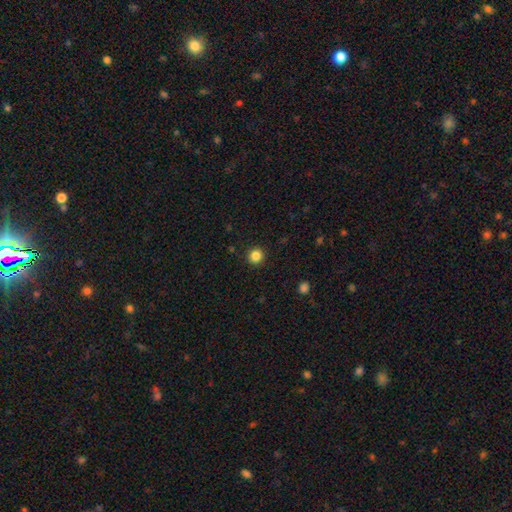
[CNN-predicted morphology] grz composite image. It shows a smooth galaxy with no disk features (85%) that is round (93%). Merging: none (92%).